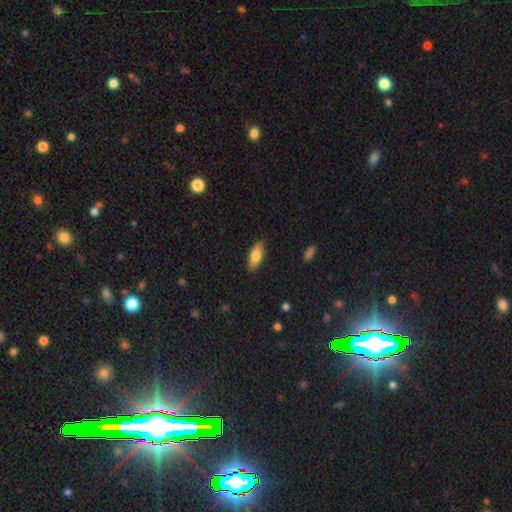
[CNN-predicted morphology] The model was most divided on "how rounded": in between: 74%, cigar-shaped: 23%, round: 2%. More confident: merging — none (86%); smooth or featured — smooth (75%).